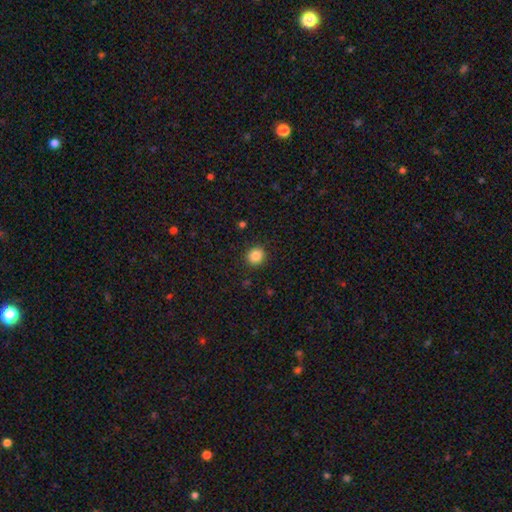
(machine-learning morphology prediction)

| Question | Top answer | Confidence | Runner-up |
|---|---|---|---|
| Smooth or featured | smooth | 86% | star or artifact (10%) |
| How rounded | round | 85% | in between (14%) |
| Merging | none | 90% | minor disturbance (6%) |